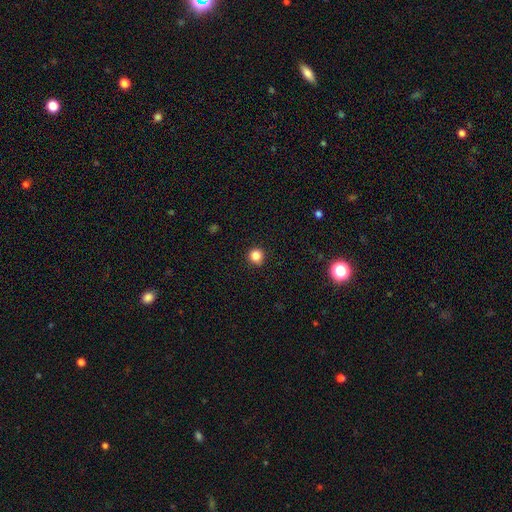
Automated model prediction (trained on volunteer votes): Smooth or featured: smooth — 84% (star or artifact — 12%)
How rounded: round — 94% (in between — 5%)
Merging: none — 91% (minor disturbance — 6%)